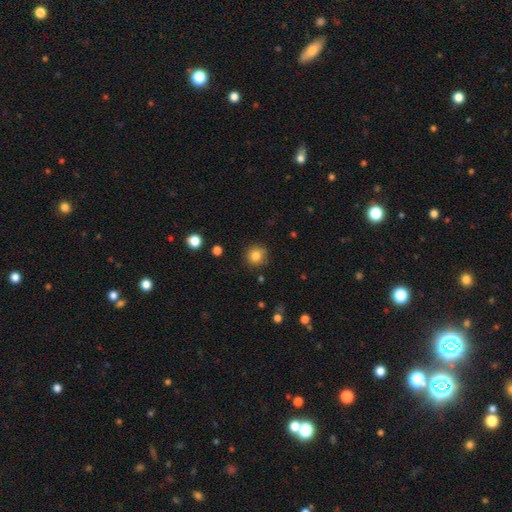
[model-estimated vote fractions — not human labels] This appears to be a smooth galaxy with no disk features (83%) that is round (91%). Merging: none (83%).